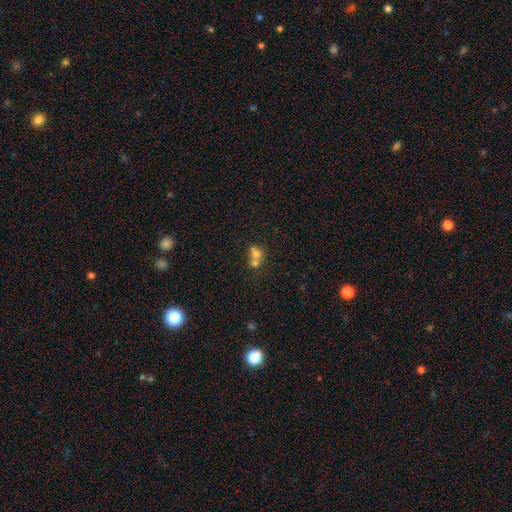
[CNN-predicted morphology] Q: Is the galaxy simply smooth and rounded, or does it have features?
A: smooth — 66%.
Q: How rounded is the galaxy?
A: round — 66%.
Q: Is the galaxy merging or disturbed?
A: merger — 68%.